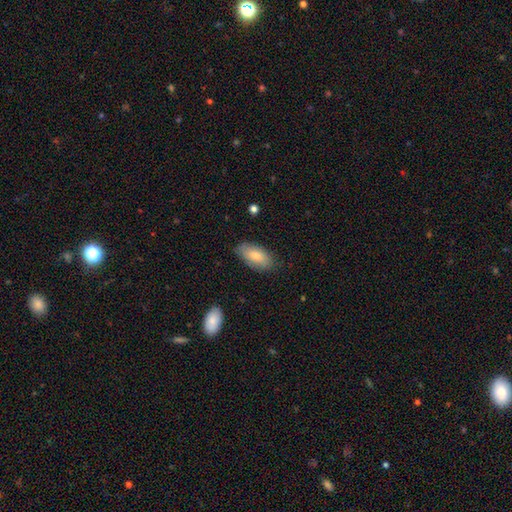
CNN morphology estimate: A smooth galaxy with no disk features (80%) that is in between round and cigar-shaped (92%).

Vote fractions:
- Smooth or featured? smooth: 80% / featured or disk: 14% / star or artifact: 6%
- How rounded? in between: 92% / cigar-shaped: 6% / round: 2%
- Merging? none: 81% / minor disturbance: 15% / major disturbance: 3% / merger: 1%